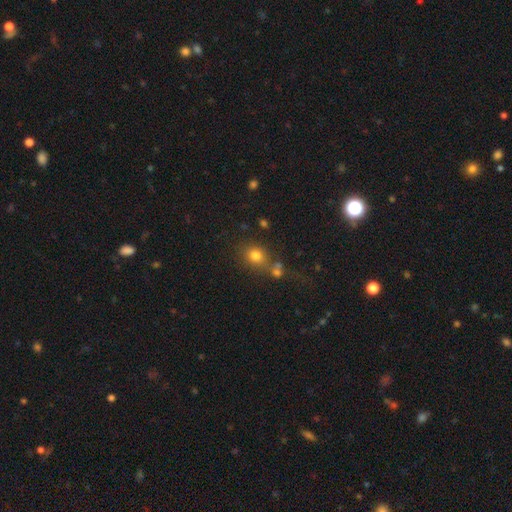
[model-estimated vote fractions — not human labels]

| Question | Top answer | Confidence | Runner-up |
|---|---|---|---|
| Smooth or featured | smooth | 77% | star or artifact (15%) |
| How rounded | round | 72% | in between (27%) |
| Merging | none | 63% | merger (19%) |